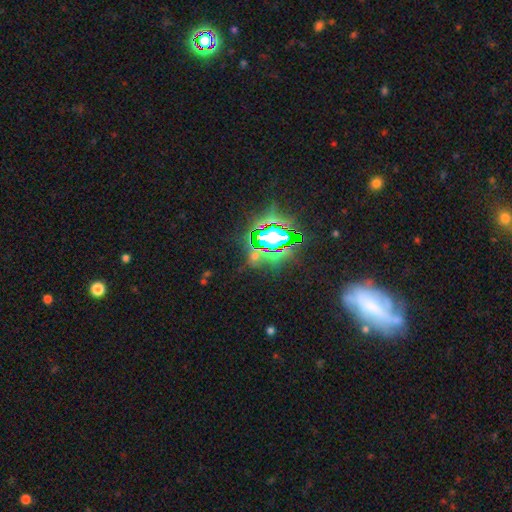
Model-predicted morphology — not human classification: The model was most divided on "smooth or featured": star or artifact: 77%, smooth: 14%, featured or disk: 9%.